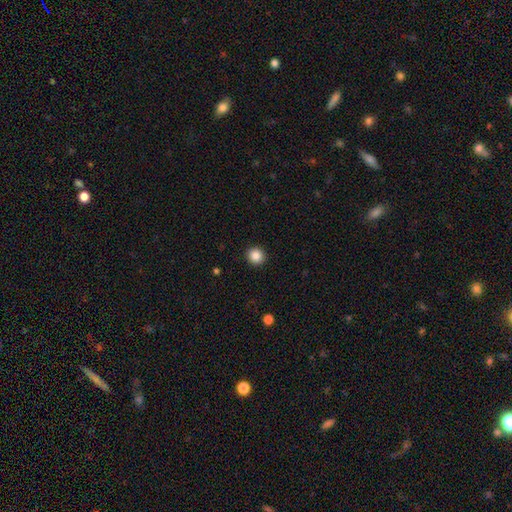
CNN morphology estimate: This is clearly a smooth galaxy (87%). How rounded: clearly round (90%). Merging: clearly none (92%).